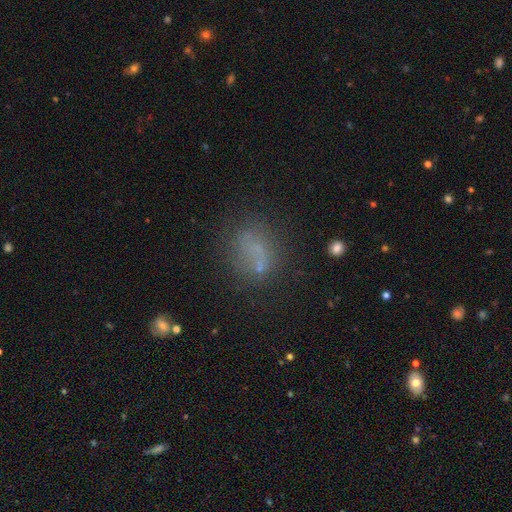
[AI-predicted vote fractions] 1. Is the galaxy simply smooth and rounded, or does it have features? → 54% smooth, 24% featured or disk, 22% star or artifact.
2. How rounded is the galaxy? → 53% in between, 42% round, 4% cigar-shaped.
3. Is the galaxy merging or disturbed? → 59% none, 18% minor disturbance, 12% merger, 11% major disturbance.